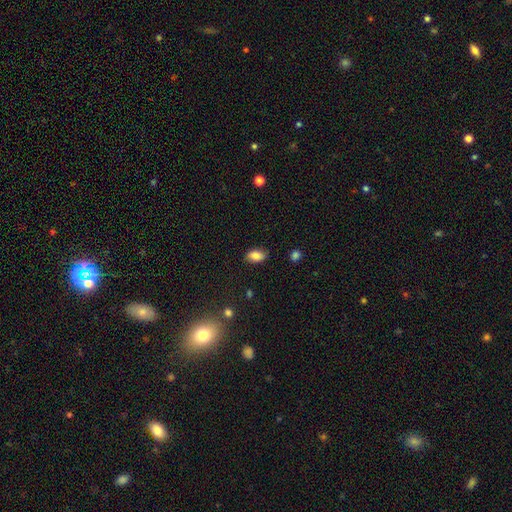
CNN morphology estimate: smooth-or-featured: smooth: 83% | star or artifact: 9% | featured or disk: 8%
  how-rounded: in between: 90% | round: 7% | cigar-shaped: 2%
  merging: none: 83% | minor disturbance: 13% | major disturbance: 3% | merger: 1%